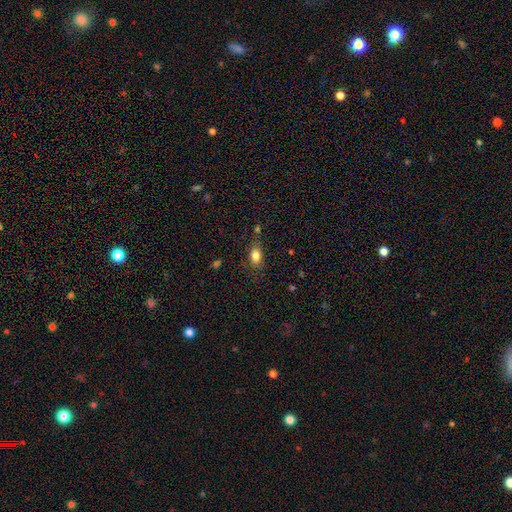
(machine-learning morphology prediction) smooth 82%, star or artifact 10%, featured or disk 8%. Down the decision tree: how rounded — in between (84%); merging — none (71%).